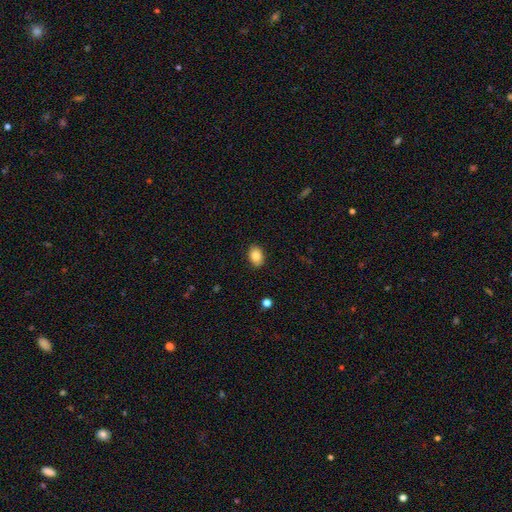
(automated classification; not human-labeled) Morphology: type=smooth (85%); roundness=in between (78%); merging=none (88%).